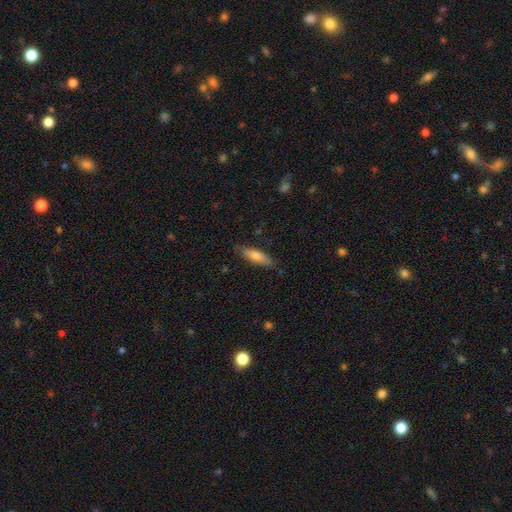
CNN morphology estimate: A smooth galaxy with no disk features (74%) that is cigar-shaped (61%). Merging: none (84%).